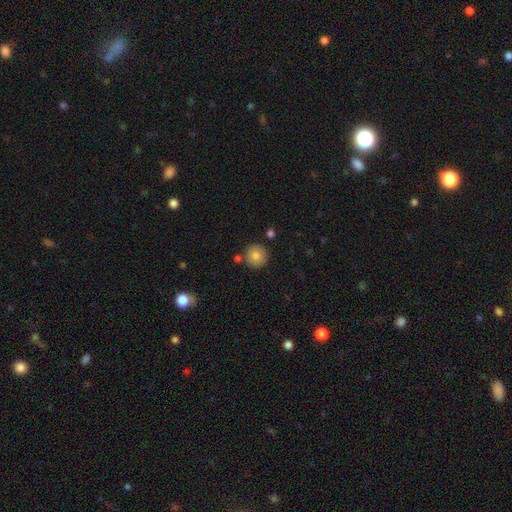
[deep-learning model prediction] Smooth or featured? smooth (82%)
How rounded? round (94%)
Merging? none (83%)